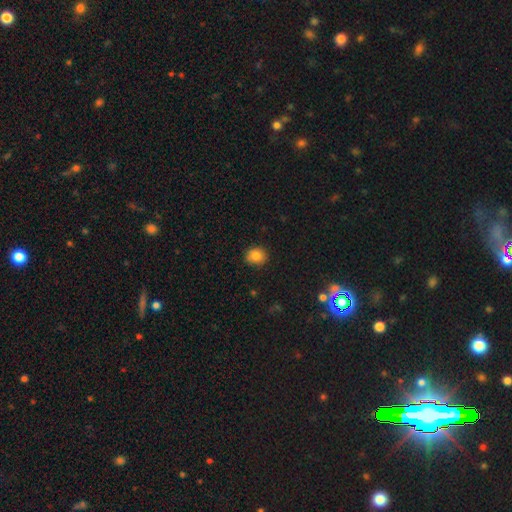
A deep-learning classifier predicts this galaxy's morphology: A smooth galaxy with no disk features (86%) that is round (71%). Merging: none (86%).